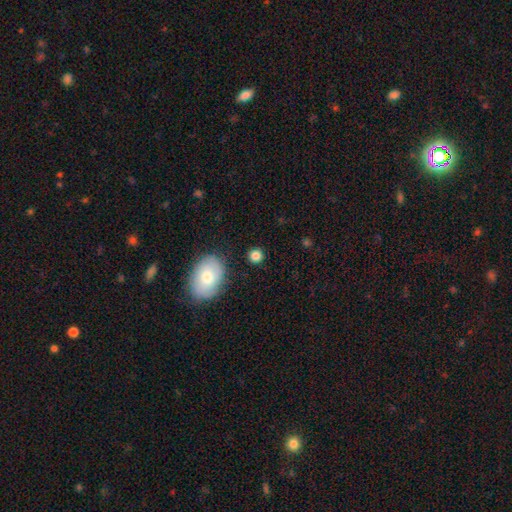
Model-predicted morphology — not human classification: Smooth or featured? smooth (83%)
How rounded? round (84%)
Merging? none (85%)